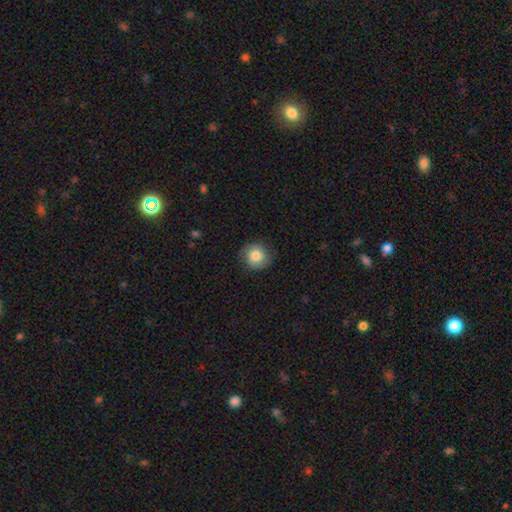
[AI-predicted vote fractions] A smooth galaxy with no disk features (74%) that is round (88%).

Vote fractions:
- Smooth or featured? smooth: 74% / featured or disk: 18% / star or artifact: 8%
- How rounded? round: 88% / in between: 11% / cigar-shaped: 1%
- Merging? none: 80% / minor disturbance: 15% / major disturbance: 5% / merger: 1%